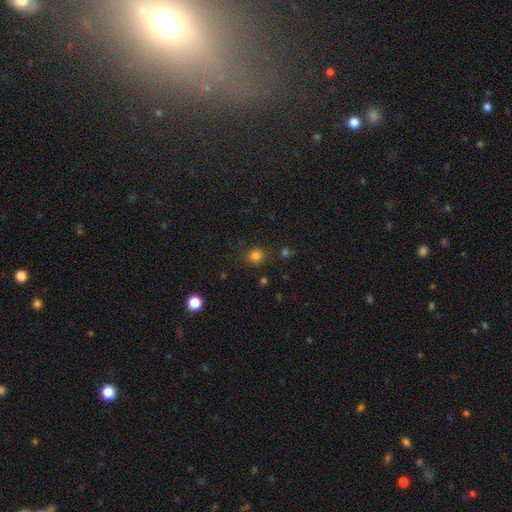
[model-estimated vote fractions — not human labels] A smooth galaxy with no disk features (80%) that is round (87%). Merging: none (85%).